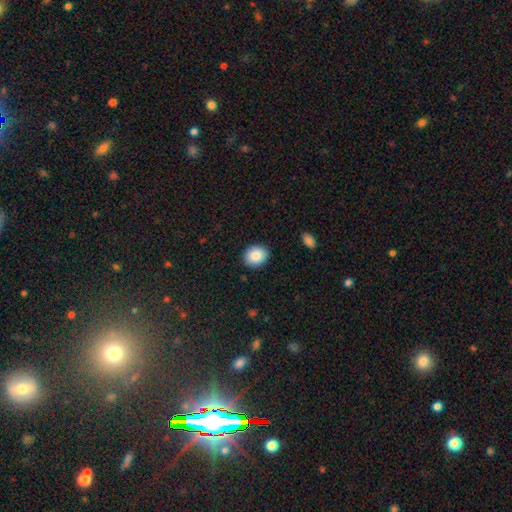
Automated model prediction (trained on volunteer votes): Smooth or featured: smooth — 87% (star or artifact — 8%)
How rounded: round — 60% (in between — 40%)
Merging: none — 89% (minor disturbance — 8%)